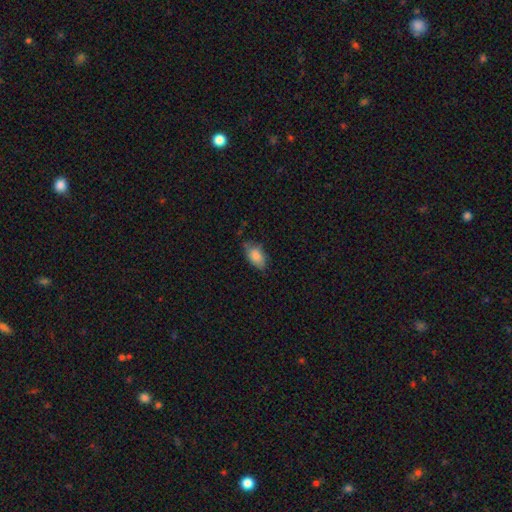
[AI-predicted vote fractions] This appears to be a smooth galaxy with no disk features (83%) that is in between round and cigar-shaped (92%). Merging: none (66%).